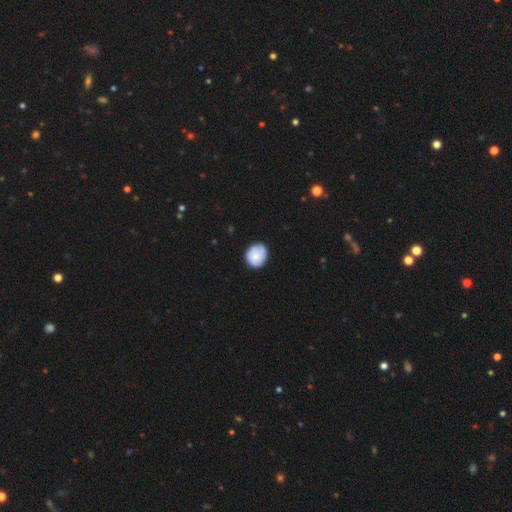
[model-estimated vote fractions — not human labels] Q: Smooth or featured?
A: smooth (68%); runner-up: featured or disk (26%)
Q: How rounded?
A: round (76%); runner-up: in between (24%)
Q: Merging?
A: none (71%); runner-up: minor disturbance (23%)